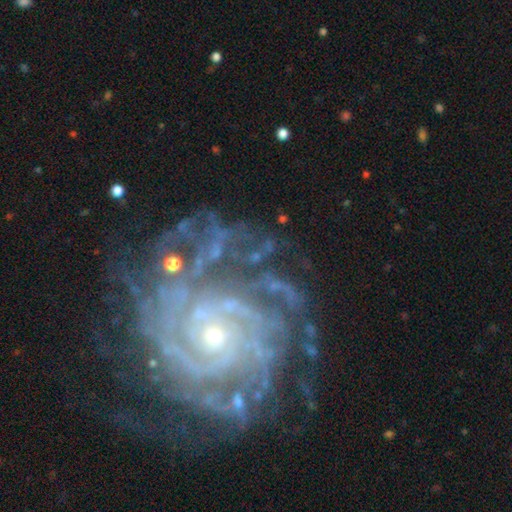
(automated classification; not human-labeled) smooth_or_featured: featured or disk (p=0.80) [alt: star or artifact p=0.13]
disk_edge_on: no (p=0.97) [alt: yes p=0.03]
bar: no (p=0.66) [alt: weak p=0.21]
has_spiral_arms: yes (p=0.94) [alt: no p=0.06]
spiral_winding: tight (p=0.69) [alt: medium p=0.24]
spiral_arm_count: can't tell (p=0.27) [alt: more than 4 p=0.20]
bulge_size: small (p=0.68) [alt: moderate p=0.24]
merging: none (p=0.59) [alt: major disturbance p=0.17]